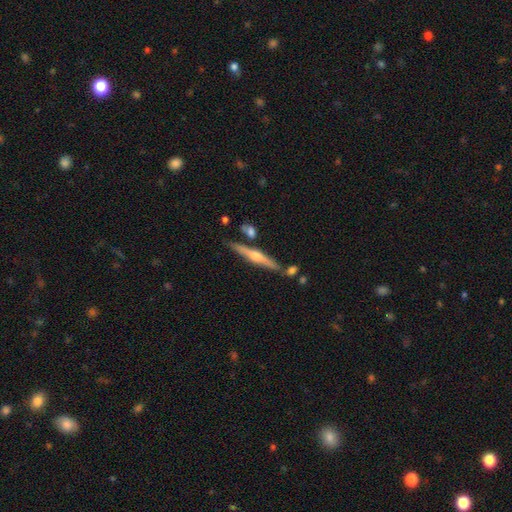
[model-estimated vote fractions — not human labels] Morphology: type=featured or disk (77%); edge-on=yes (98%); edge-on bulge=rounded (87%); merging=none (83%).